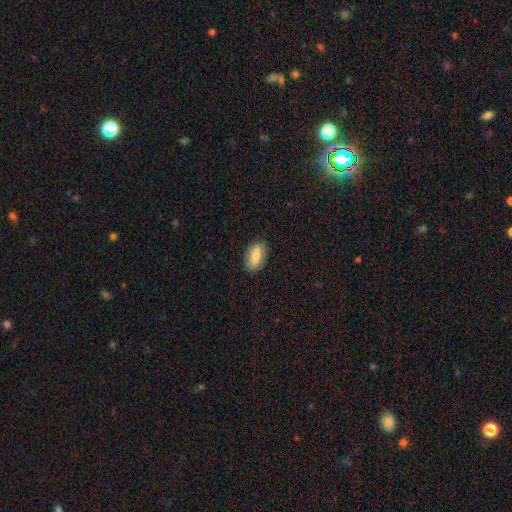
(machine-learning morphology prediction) Overall: smooth (74%). How rounded: in between (88%). Merging: none (85%).